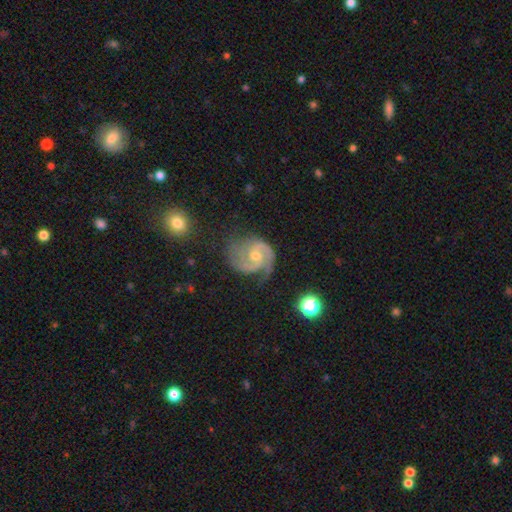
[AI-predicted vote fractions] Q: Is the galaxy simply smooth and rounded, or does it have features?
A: featured or disk — 91%.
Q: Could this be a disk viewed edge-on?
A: no — 98%.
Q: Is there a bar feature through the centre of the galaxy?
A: no — 59%.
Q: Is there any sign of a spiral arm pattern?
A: yes — 98%.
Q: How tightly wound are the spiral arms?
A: medium — 48%.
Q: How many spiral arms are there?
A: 2 — 82%.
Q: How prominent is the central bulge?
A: moderate — 54%.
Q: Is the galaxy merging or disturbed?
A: none — 65%.